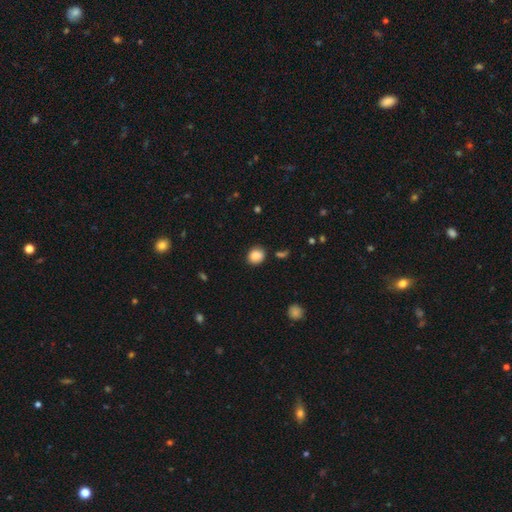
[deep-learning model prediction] Overall: smooth (85%). How rounded: round (74%). Merging: none (86%).